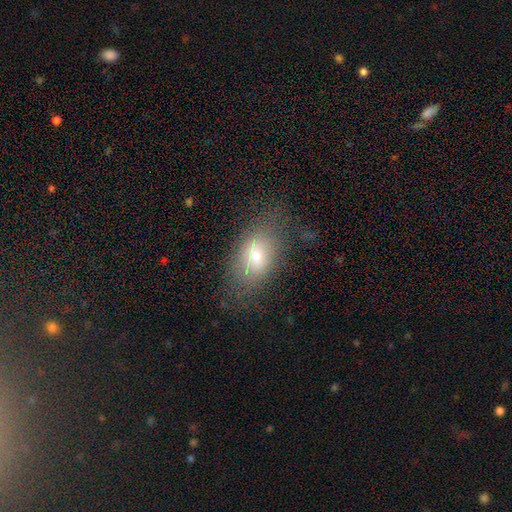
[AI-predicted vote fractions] This appears to be a smooth galaxy with no disk features (69%) that is in between round and cigar-shaped (86%). Merging: none (64%).